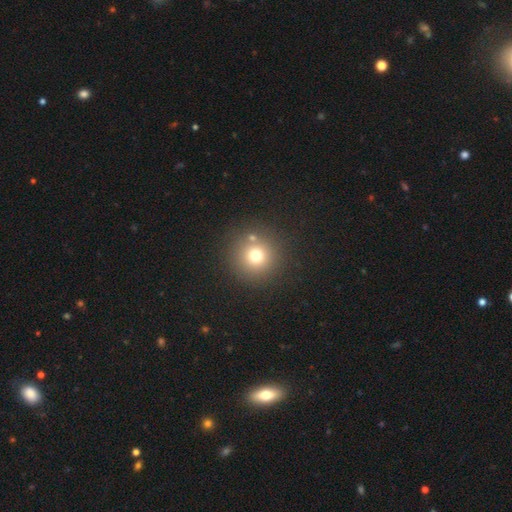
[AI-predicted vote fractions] smooth 72%, star or artifact 17%, featured or disk 10%. Down the decision tree: how rounded — round (95%); merging — none (82%).